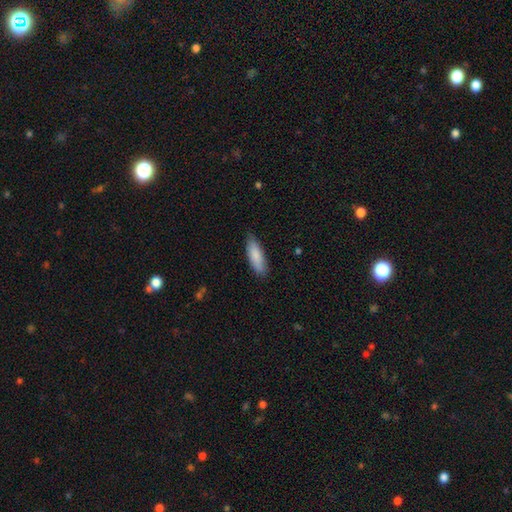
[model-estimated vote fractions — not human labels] smooth 85%, featured or disk 9%, star or artifact 6%. Down the decision tree: how rounded — in between (52%); merging — none (81%).